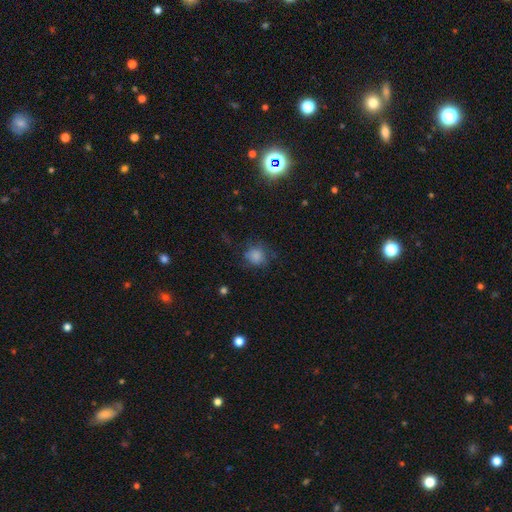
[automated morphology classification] A smooth galaxy with no disk features (81%) that is round (86%). Merging: none (64%).